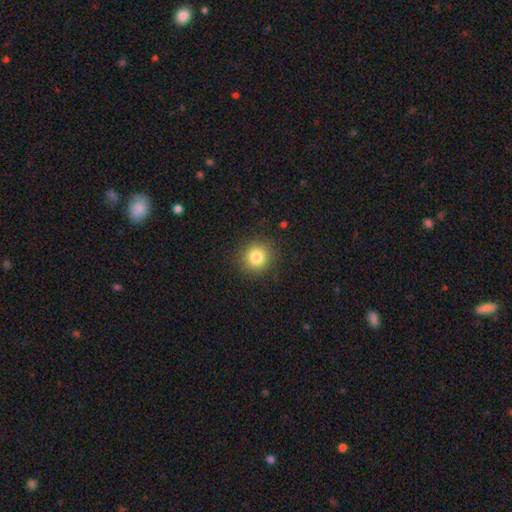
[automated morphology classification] Smooth or featured: smooth — 83% (star or artifact — 11%)
How rounded: round — 89% (in between — 10%)
Merging: none — 88% (minor disturbance — 8%)